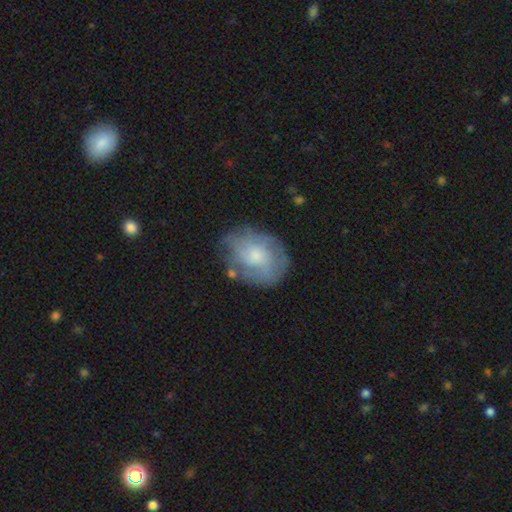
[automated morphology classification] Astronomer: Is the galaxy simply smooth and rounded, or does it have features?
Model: featured or disk — 51% (runner-up: smooth, 42%).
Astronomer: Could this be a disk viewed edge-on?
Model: no — 97%.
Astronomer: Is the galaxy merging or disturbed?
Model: none — 62%.